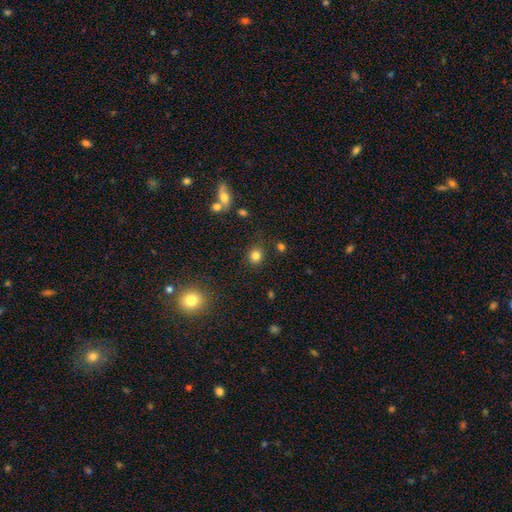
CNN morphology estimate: Smooth or featured?
  - smooth: 82% *
  - star or artifact: 13%
  - featured or disk: 6%
How rounded?
  - round: 80% *
  - in between: 19%
  - cigar-shaped: 1%
Merging?
  - none: 86% *
  - minor disturbance: 8%
  - merger: 3%
  - major disturbance: 3%